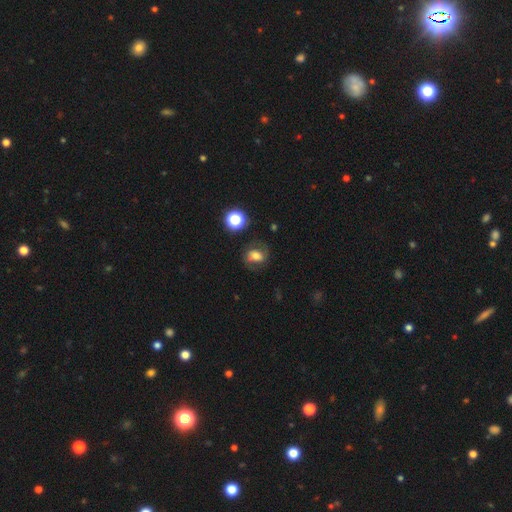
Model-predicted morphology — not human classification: A smooth galaxy with no disk features (46%). Merging: none (73%).